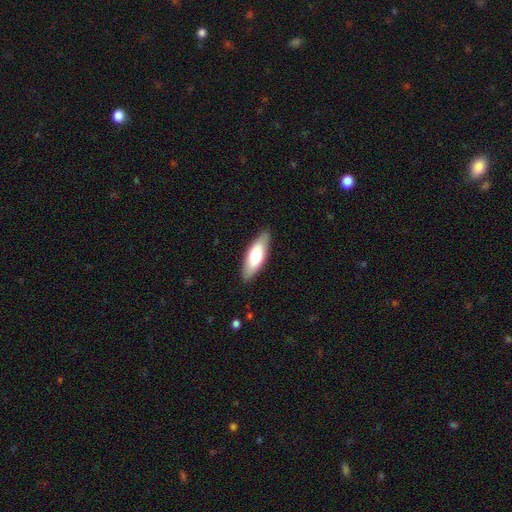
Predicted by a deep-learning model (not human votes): smooth-or-featured: smooth: 71% | featured or disk: 24% | star or artifact: 5%
  how-rounded: in between: 63% | cigar-shaped: 35% | round: 2%
  merging: none: 87% | minor disturbance: 10% | major disturbance: 2% | merger: 1%